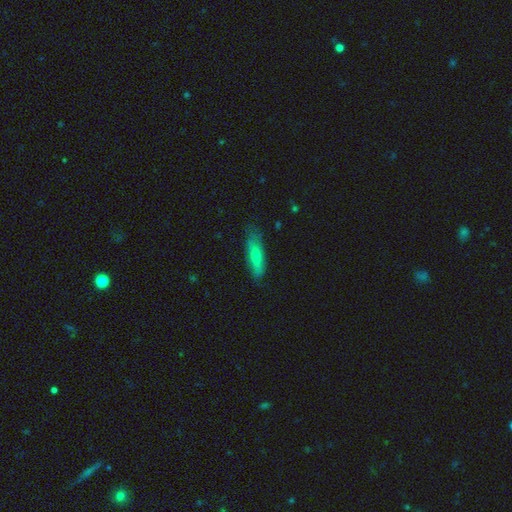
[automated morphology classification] Q: Smooth or featured?
A: smooth (64%); runner-up: featured or disk (29%)
Q: How rounded?
A: cigar-shaped (54%); runner-up: in between (44%)
Q: Merging?
A: none (71%); runner-up: minor disturbance (23%)